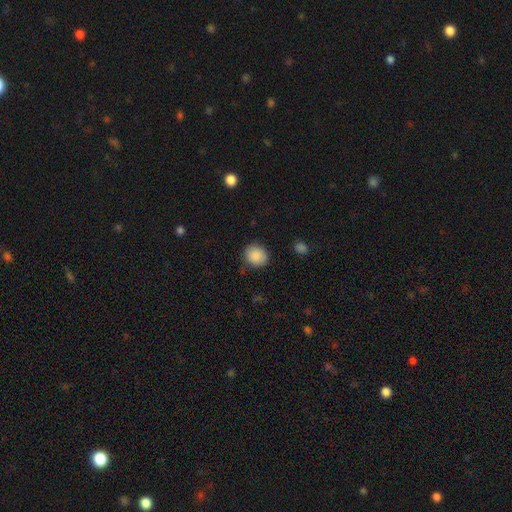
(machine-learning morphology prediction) Smooth or featured? smooth (88%)
How rounded? round (79%)
Merging? none (83%)